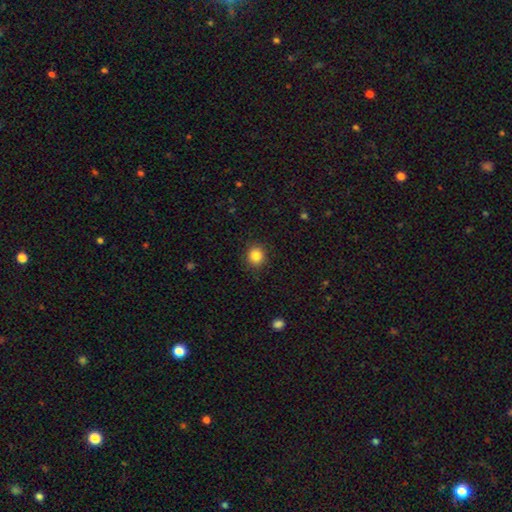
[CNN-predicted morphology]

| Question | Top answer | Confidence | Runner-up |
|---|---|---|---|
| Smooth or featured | smooth | 85% | star or artifact (10%) |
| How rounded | round | 83% | in between (17%) |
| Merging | none | 90% | minor disturbance (7%) |